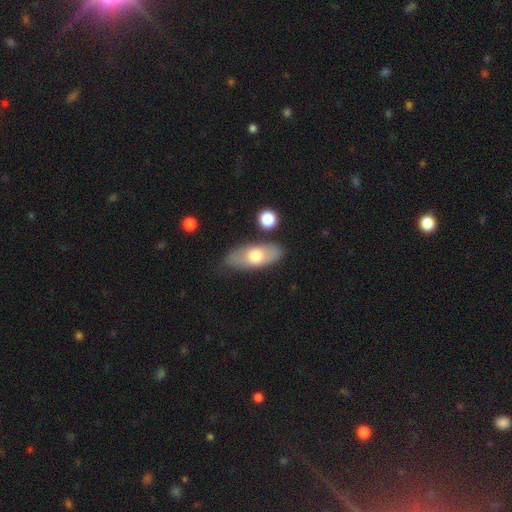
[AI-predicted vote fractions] smooth_or_featured: smooth (p=0.64) [alt: featured or disk p=0.30]
how_rounded: in between (p=0.82) [alt: cigar-shaped p=0.14]
merging: none (p=0.75) [alt: minor disturbance p=0.14]